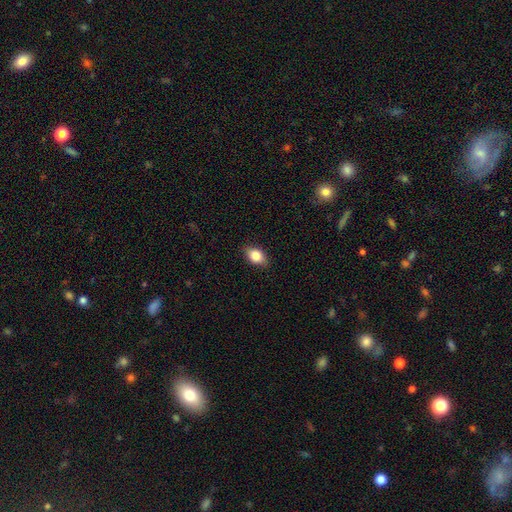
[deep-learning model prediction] smooth_or_featured: smooth (p=0.81) [alt: featured or disk p=0.11]
how_rounded: in between (p=0.80) [alt: round p=0.17]
merging: none (p=0.85) [alt: minor disturbance p=0.12]